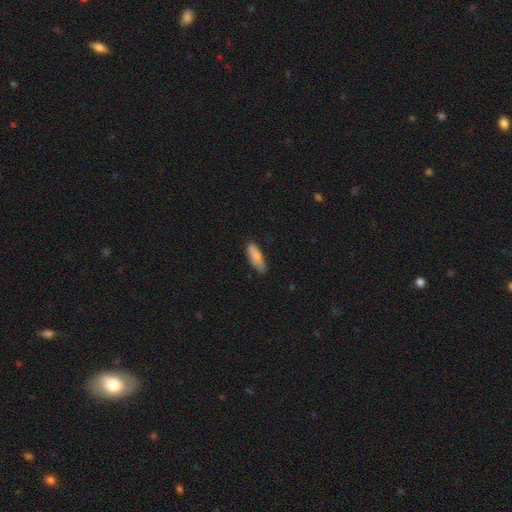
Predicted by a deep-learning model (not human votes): The model was most divided on "how rounded": in between: 60%, cigar-shaped: 38%, round: 2%. More confident: smooth or featured — smooth (83%); merging — none (68%).